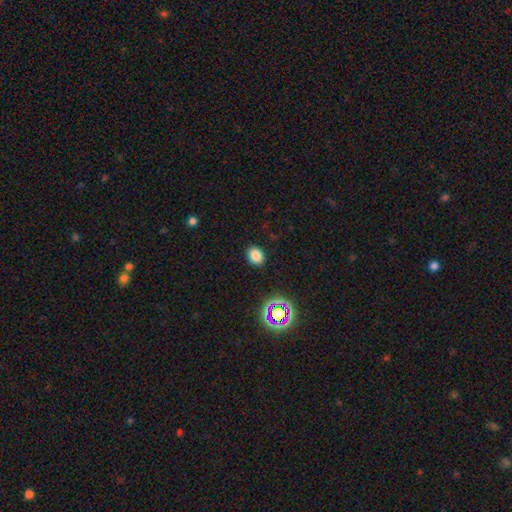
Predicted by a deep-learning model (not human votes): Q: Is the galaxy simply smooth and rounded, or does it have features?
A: smooth — 81%.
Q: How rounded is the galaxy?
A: in between — 62%.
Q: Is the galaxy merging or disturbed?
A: none — 89%.